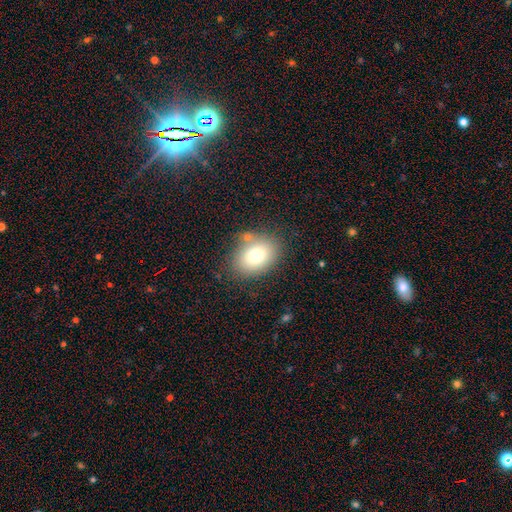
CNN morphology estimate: A smooth galaxy with no disk features (76%) that is in between round and cigar-shaped (70%). Merging: none (76%).